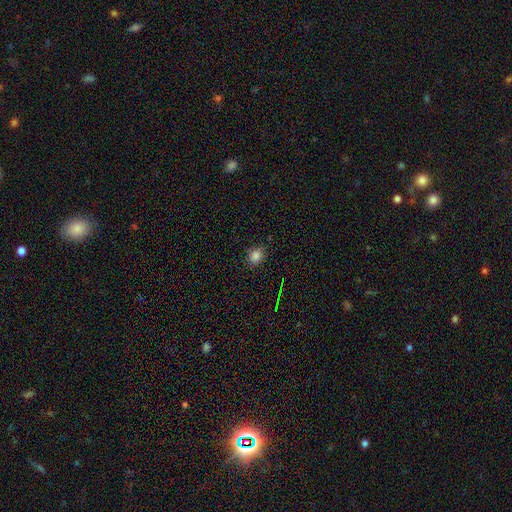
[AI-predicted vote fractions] A smooth galaxy with no disk features (81%) that is round (69%). Merging: none (85%).